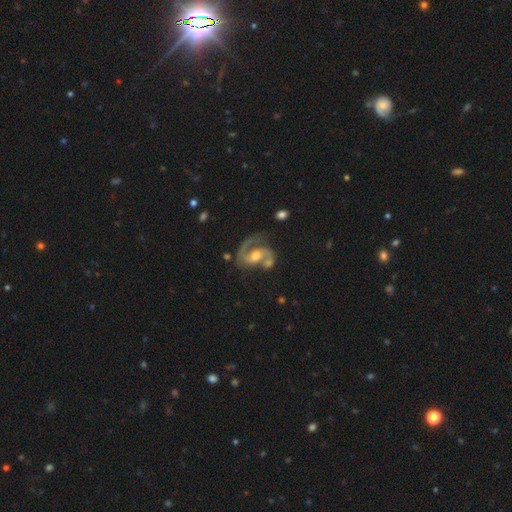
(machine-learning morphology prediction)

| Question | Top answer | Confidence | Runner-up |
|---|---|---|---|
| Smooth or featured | featured or disk | 88% | smooth (7%) |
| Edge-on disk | no | 98% | yes (2%) |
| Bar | no | 45% | weak (41%) |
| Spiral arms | yes | 96% | no (4%) |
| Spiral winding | medium | 56% | tight (23%) |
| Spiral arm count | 2 | 72% | 1 (22%) |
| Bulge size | moderate | 65% | small (18%) |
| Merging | none | 45% | merger (22%) |